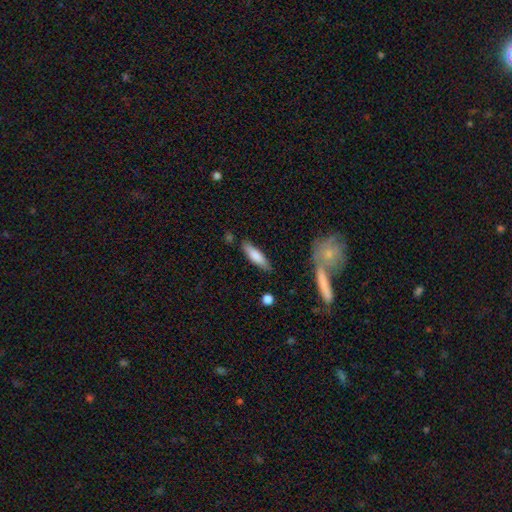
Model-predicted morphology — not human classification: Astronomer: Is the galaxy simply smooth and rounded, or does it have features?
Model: smooth — 77%.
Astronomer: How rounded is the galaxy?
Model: cigar-shaped — 62% (runner-up: in between, 37%).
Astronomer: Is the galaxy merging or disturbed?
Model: none — 79%.